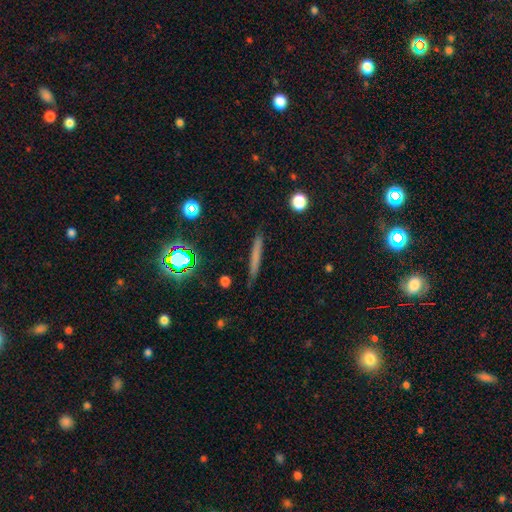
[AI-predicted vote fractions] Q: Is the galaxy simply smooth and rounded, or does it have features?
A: smooth — 61%.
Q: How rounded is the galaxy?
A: cigar-shaped — 93%.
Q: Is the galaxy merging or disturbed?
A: none — 87%.